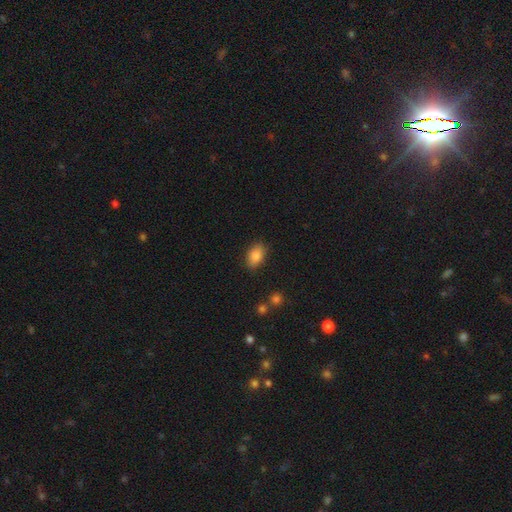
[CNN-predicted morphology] The model was most divided on "merging": none: 84%, minor disturbance: 11%, major disturbance: 3%, merger: 2%. More confident: how rounded — in between (87%); smooth or featured — smooth (86%).